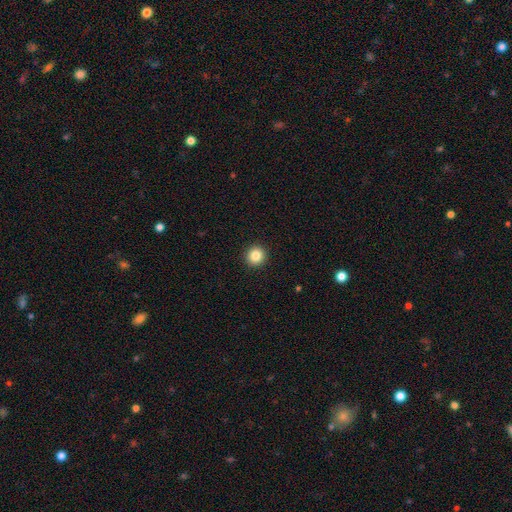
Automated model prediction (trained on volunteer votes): Smooth or featured? smooth (85%)
How rounded? round (92%)
Merging? none (93%)